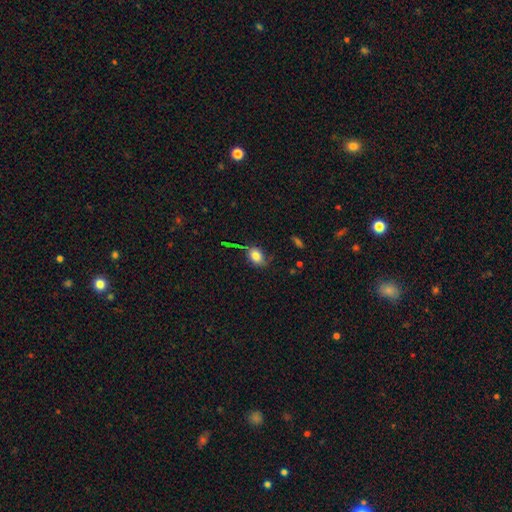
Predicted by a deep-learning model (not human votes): smooth 73%, featured or disk 17%, star or artifact 10%. Down the decision tree: how rounded — in between (74%); merging — none (58%).